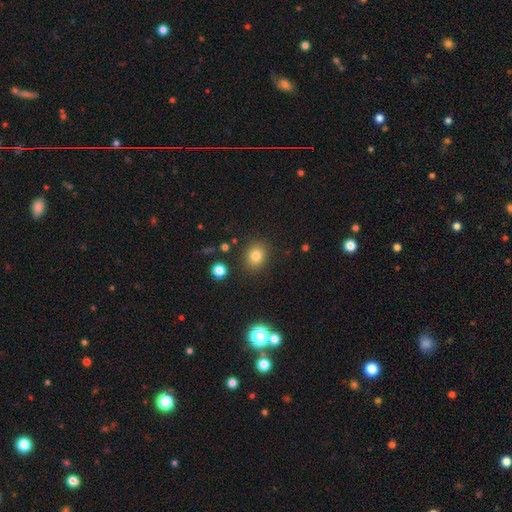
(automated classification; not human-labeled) smooth_or_featured: smooth (p=0.80) [alt: star or artifact p=0.13]
how_rounded: round (p=0.66) [alt: in between p=0.34]
merging: none (p=0.86) [alt: minor disturbance p=0.08]